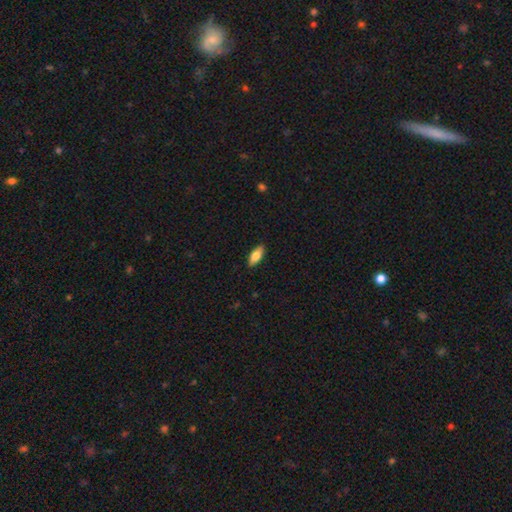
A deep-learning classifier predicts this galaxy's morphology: Smooth or featured: smooth — 79% (featured or disk — 15%)
How rounded: in between — 82% (cigar-shaped — 16%)
Merging: none — 88% (minor disturbance — 9%)